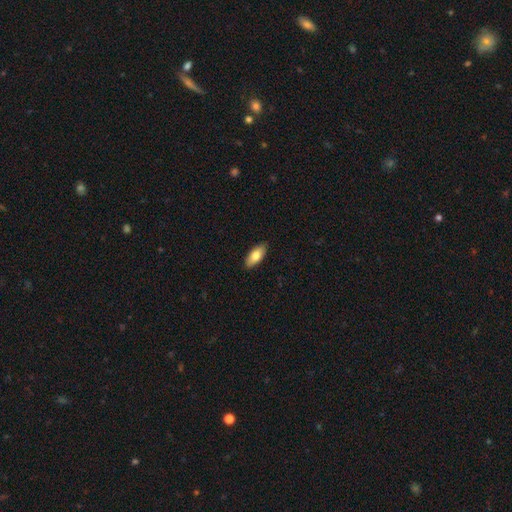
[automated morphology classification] Smooth or featured: smooth — 78% (featured or disk — 16%)
How rounded: in between — 86% (cigar-shaped — 12%)
Merging: none — 89% (minor disturbance — 9%)